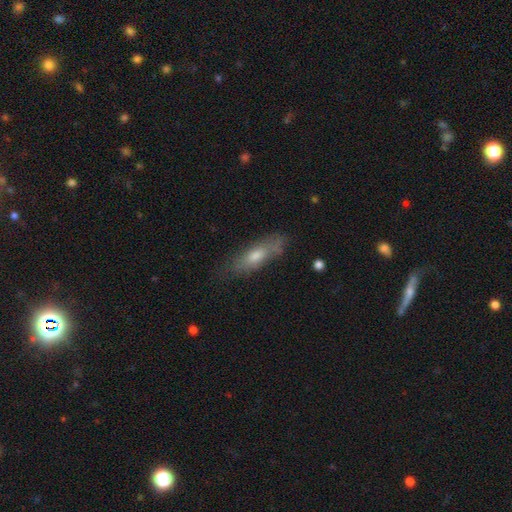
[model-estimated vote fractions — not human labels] This is possibly a smooth galaxy (58%). How rounded: possibly cigar-shaped (53%). Merging: likely none (69%).